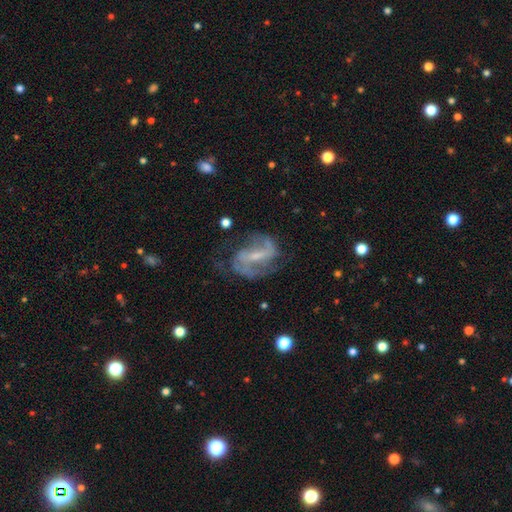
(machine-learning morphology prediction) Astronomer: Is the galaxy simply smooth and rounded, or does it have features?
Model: featured or disk — 84%.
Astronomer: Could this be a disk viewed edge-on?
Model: no — 96%.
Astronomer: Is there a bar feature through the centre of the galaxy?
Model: strong — 44% (runner-up: weak, 40%).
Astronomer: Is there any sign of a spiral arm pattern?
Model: yes — 92%.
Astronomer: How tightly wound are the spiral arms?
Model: medium — 48% (runner-up: loose, 32%).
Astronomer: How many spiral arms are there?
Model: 2 — 81%.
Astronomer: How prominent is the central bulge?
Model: small — 59%.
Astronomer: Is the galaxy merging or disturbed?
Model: none — 61%.